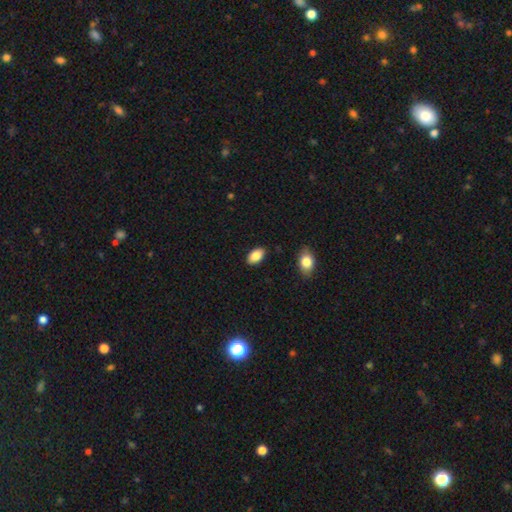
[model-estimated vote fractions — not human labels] Overall: smooth (86%). How rounded: in between (93%). Merging: none (88%).